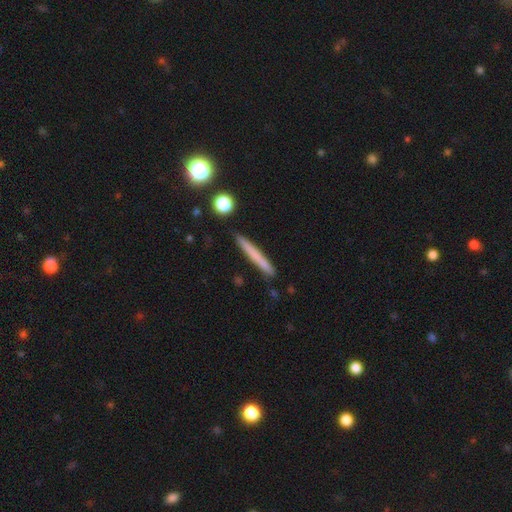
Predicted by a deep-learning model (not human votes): smooth_or_featured: smooth (p=0.65) [alt: featured or disk p=0.28]
how_rounded: cigar-shaped (p=0.96) [alt: in between p=0.02]
merging: none (p=0.89) [alt: minor disturbance p=0.08]